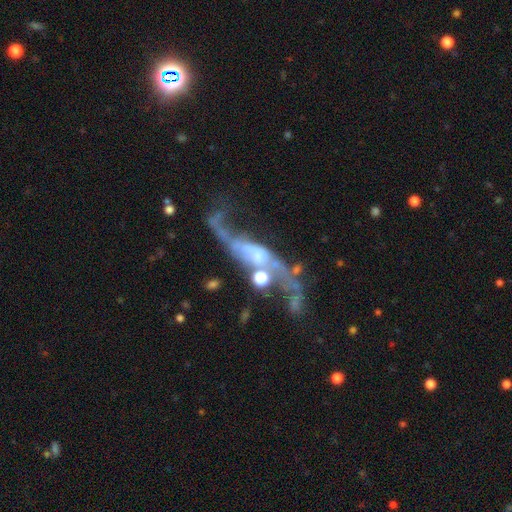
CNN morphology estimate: Smooth or featured? featured or disk (83%)
Edge-on disk? no (84%)
Bar? no (43%)
Spiral arms? yes (89%)
Spiral winding? loose (83%)
Spiral arm count? 2 (88%)
Bulge size? small (42%)
Merging? none (42%)